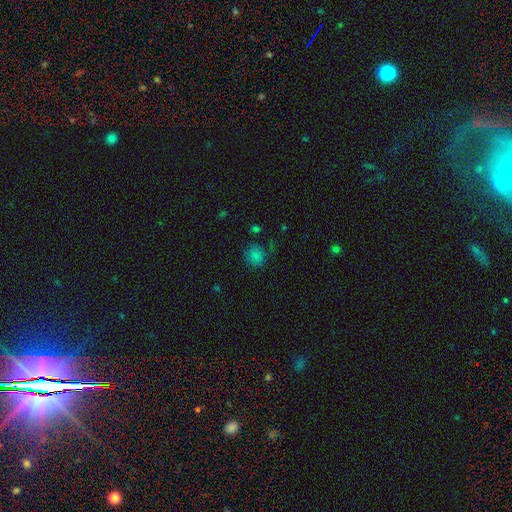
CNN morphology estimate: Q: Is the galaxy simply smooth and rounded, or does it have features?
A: smooth — 78%.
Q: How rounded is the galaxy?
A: round — 81%.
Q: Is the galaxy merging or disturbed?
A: none — 73%.